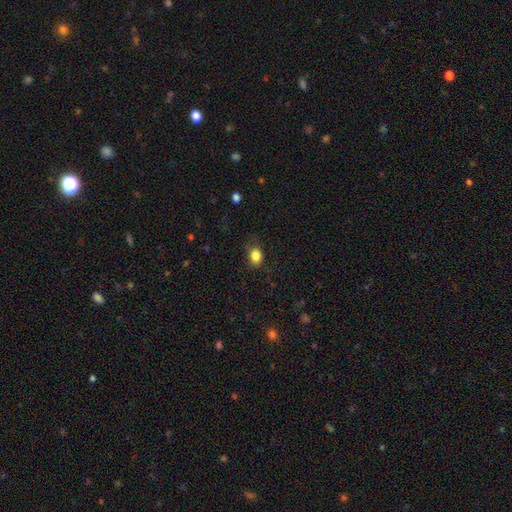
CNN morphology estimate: Smooth or featured? Predicted: smooth (p=0.84). How rounded? Predicted: in between (p=0.56). Merging? Predicted: none (p=0.75).